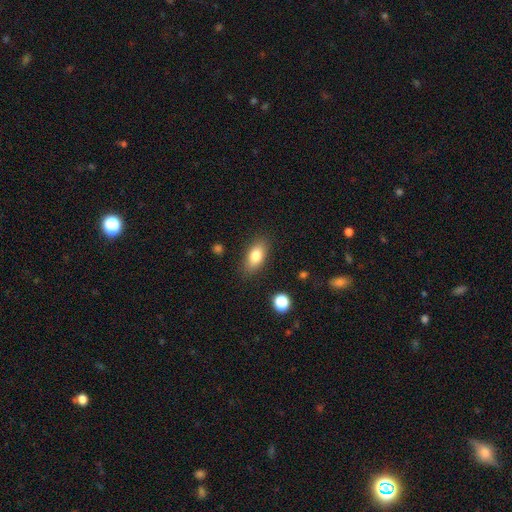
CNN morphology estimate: type=smooth (80%); roundness=in between (86%); merging=none (84%).